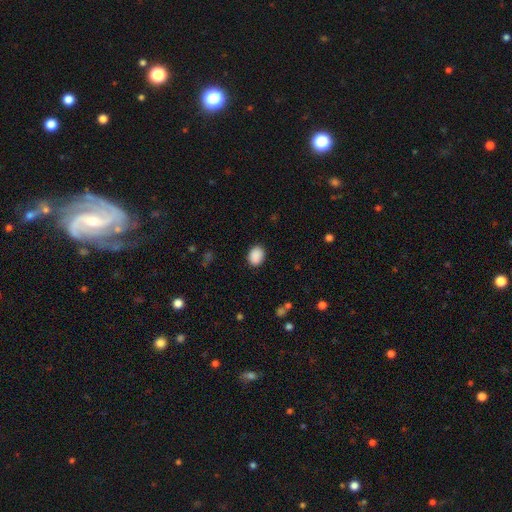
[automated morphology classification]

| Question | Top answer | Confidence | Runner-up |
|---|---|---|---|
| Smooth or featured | smooth | 90% | star or artifact (8%) |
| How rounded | in between | 64% | round (35%) |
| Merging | none | 88% | minor disturbance (8%) |